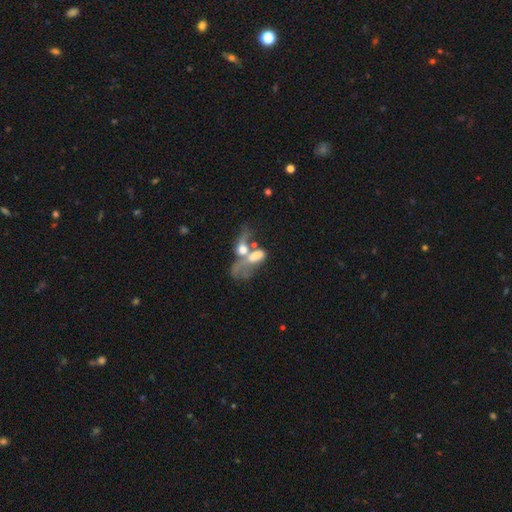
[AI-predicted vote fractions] Smooth or featured?
  - smooth: 48% *
  - featured or disk: 40%
  - star or artifact: 11%
Merging?
  - merger: 66% *
  - major disturbance: 19%
  - none: 9%
  - minor disturbance: 6%